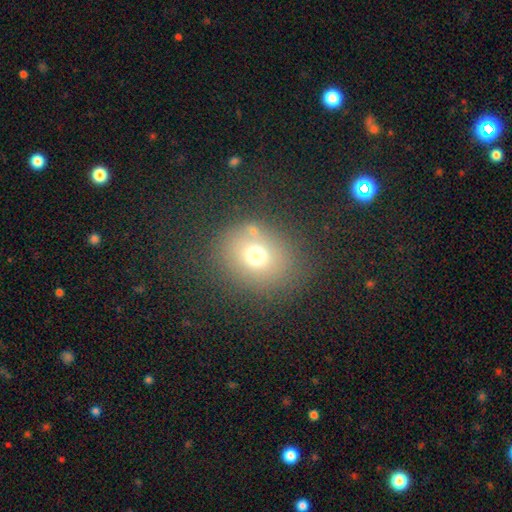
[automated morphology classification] This appears to be a smooth galaxy with no disk features (69%) that is round (67%). Merging: none (76%).